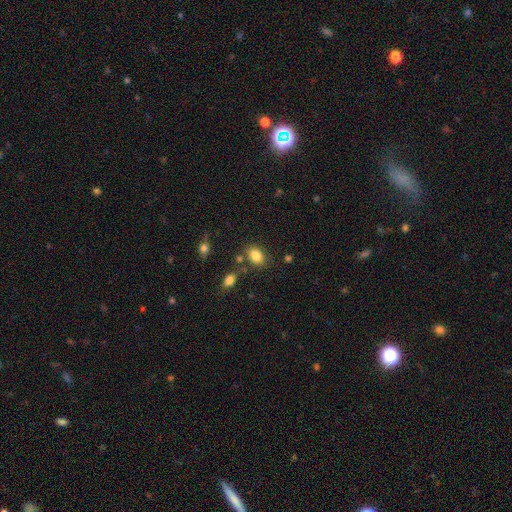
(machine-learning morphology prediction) Smooth or featured: smooth — 84% (star or artifact — 9%)
How rounded: in between — 80% (round — 19%)
Merging: none — 76% (minor disturbance — 13%)